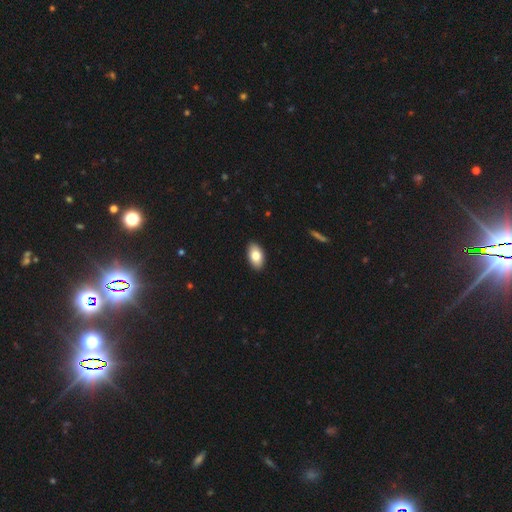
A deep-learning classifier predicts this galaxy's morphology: The model was most divided on "smooth or featured": smooth: 80%, featured or disk: 13%, star or artifact: 7%. More confident: how rounded — in between (94%); merging — none (91%).